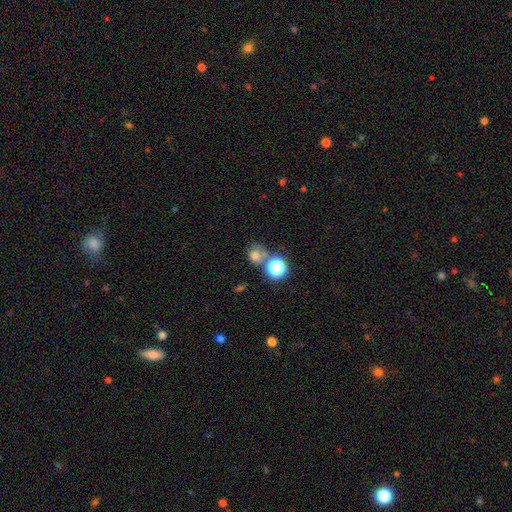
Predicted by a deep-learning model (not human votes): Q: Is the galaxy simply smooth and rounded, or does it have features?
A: smooth — 69%.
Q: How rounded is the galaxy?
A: round — 80%.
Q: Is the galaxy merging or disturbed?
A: none — 54%.